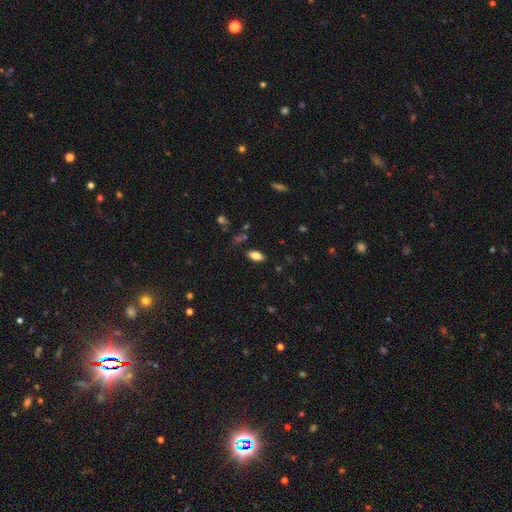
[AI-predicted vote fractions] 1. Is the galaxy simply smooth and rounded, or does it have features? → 80% smooth, 11% featured or disk, 9% star or artifact.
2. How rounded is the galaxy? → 90% in between, 7% cigar-shaped, 4% round.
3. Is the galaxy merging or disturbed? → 84% none, 11% minor disturbance, 3% major disturbance, 2% merger.